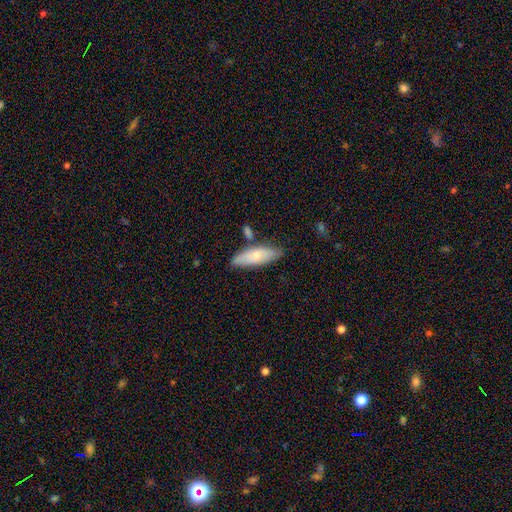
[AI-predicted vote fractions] A smooth galaxy with no disk features (64%) that is in between round and cigar-shaped (64%).

Vote fractions:
- Smooth or featured? smooth: 64% / featured or disk: 30% / star or artifact: 6%
- How rounded? in between: 64% / cigar-shaped: 33% / round: 2%
- Merging? none: 69% / minor disturbance: 19% / merger: 9% / major disturbance: 4%